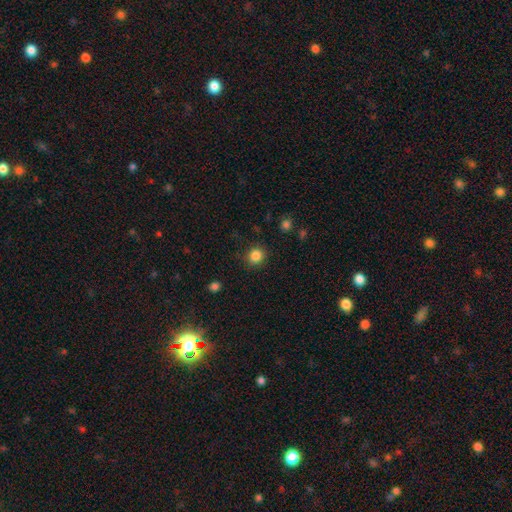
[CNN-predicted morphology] Smooth or featured?
  - smooth: 85% *
  - star or artifact: 11%
  - featured or disk: 4%
How rounded?
  - round: 85% *
  - in between: 14%
  - cigar-shaped: 1%
Merging?
  - none: 88% *
  - minor disturbance: 8%
  - major disturbance: 3%
  - merger: 1%